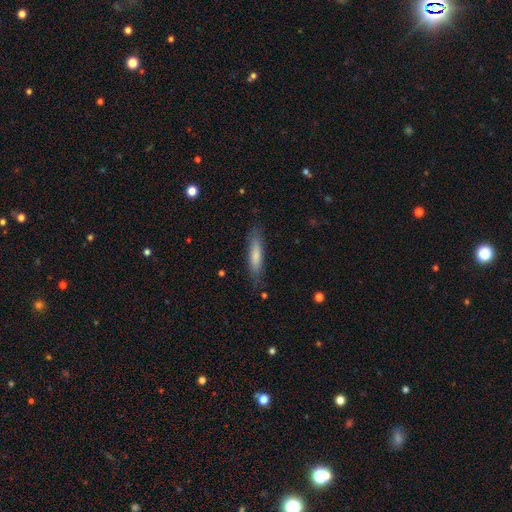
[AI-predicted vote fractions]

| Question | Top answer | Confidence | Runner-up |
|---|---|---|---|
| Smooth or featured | smooth | 75% | featured or disk (19%) |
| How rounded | cigar-shaped | 79% | in between (20%) |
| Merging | none | 80% | minor disturbance (15%) |